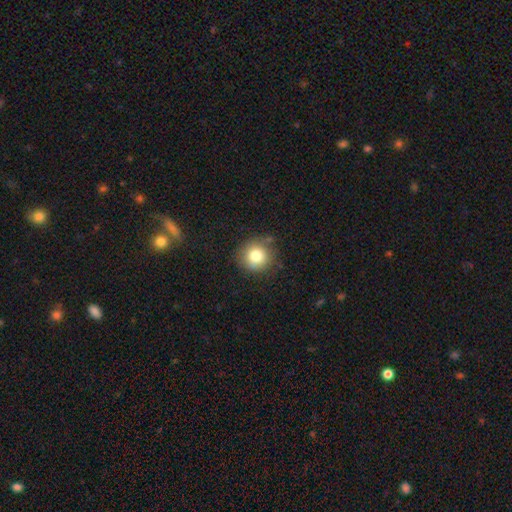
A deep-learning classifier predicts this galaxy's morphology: This is clearly a smooth galaxy (81%). How rounded: clearly round (92%). Merging: likely none (80%).